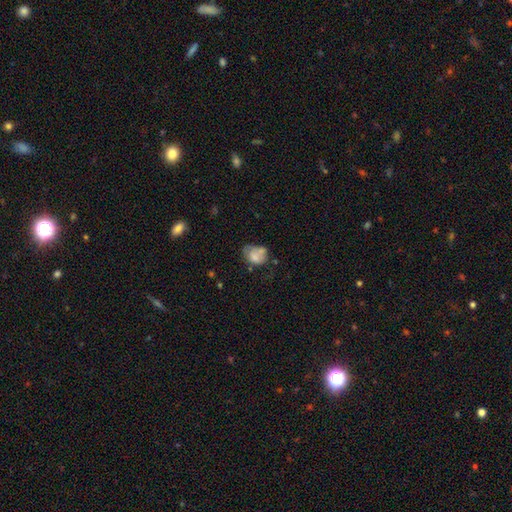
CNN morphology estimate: Smooth or featured?
  - smooth: 66% *
  - featured or disk: 25%
  - star or artifact: 9%
How rounded?
  - in between: 63% *
  - round: 36%
  - cigar-shaped: 1%
Merging?
  - none: 34% *
  - minor disturbance: 30%
  - major disturbance: 19%
  - merger: 17%